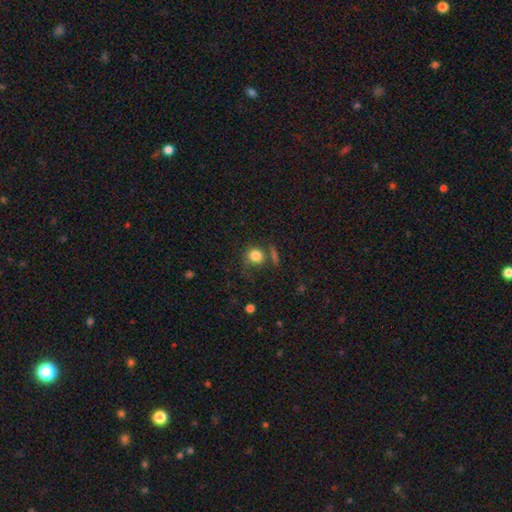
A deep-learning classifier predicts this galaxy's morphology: smooth_or_featured: smooth (p=0.80) [alt: star or artifact p=0.11]
how_rounded: round (p=0.84) [alt: in between p=0.14]
merging: none (p=0.61) [alt: minor disturbance p=0.17]